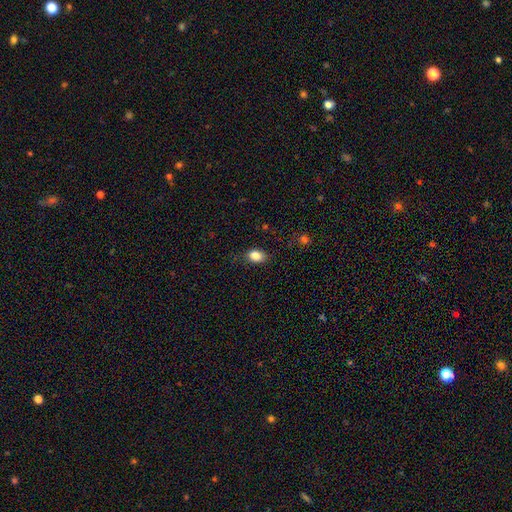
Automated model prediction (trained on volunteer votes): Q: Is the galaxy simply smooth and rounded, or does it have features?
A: smooth — 85%.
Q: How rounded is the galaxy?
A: in between — 80%.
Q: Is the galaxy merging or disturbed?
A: none — 82%.